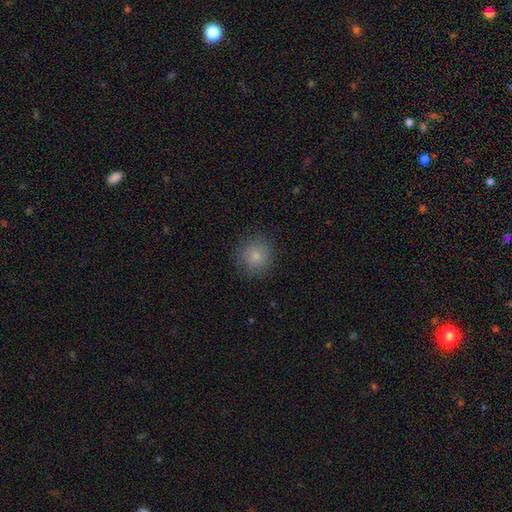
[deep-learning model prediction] Smooth or featured? smooth (82%)
How rounded? round (91%)
Merging? none (87%)